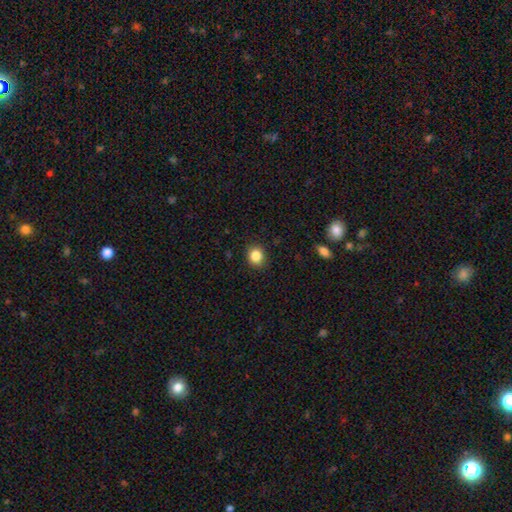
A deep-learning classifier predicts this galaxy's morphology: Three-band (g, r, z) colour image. It shows a smooth galaxy with no disk features (85%) that is round (79%). Merging: none (90%).